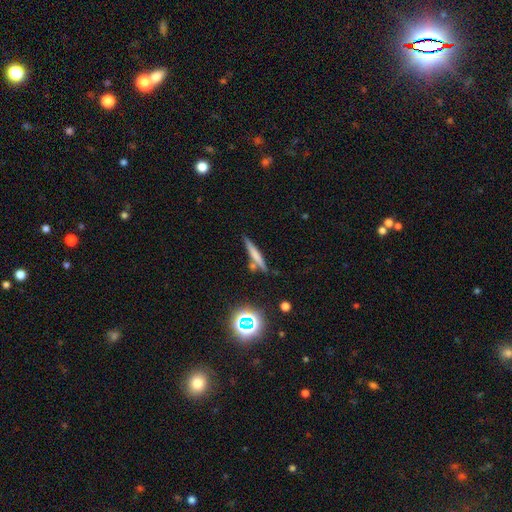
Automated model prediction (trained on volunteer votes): This is possibly a smooth galaxy (59%). How rounded: clearly cigar-shaped (92%). Merging: likely none (74%).